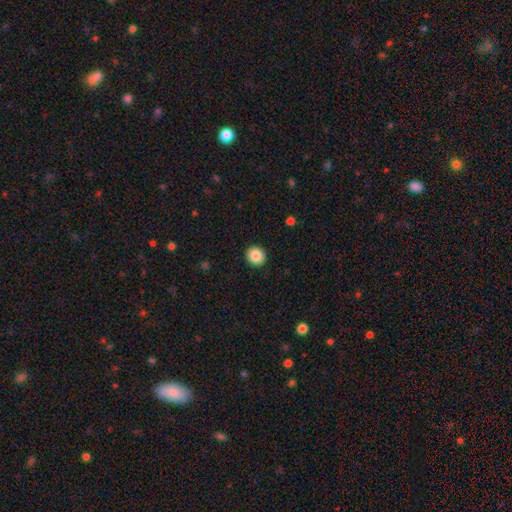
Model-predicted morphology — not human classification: This is clearly a smooth galaxy (86%). How rounded: clearly round (89%). Merging: clearly none (92%).